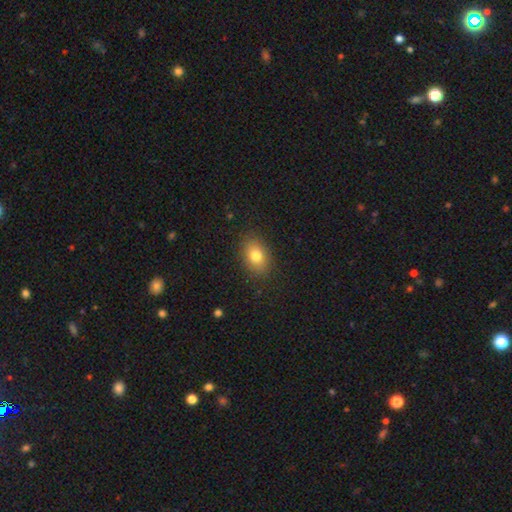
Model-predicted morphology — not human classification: Smooth or featured?
  - smooth: 79% *
  - featured or disk: 11%
  - star or artifact: 10%
How rounded?
  - in between: 77% *
  - round: 21%
  - cigar-shaped: 1%
Merging?
  - none: 86% *
  - minor disturbance: 10%
  - major disturbance: 3%
  - merger: 1%